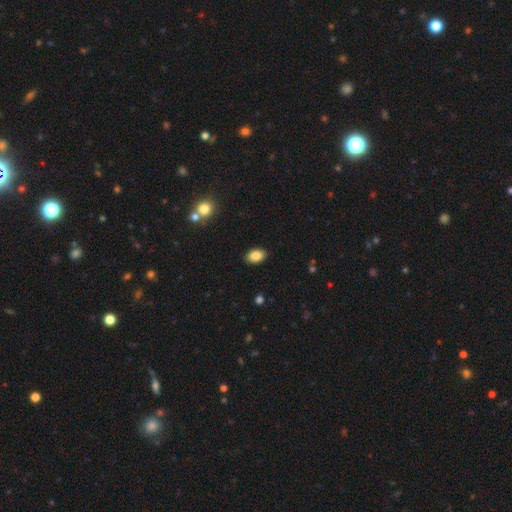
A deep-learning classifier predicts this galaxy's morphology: type=smooth (86%); roundness=in between (88%); merging=none (89%).